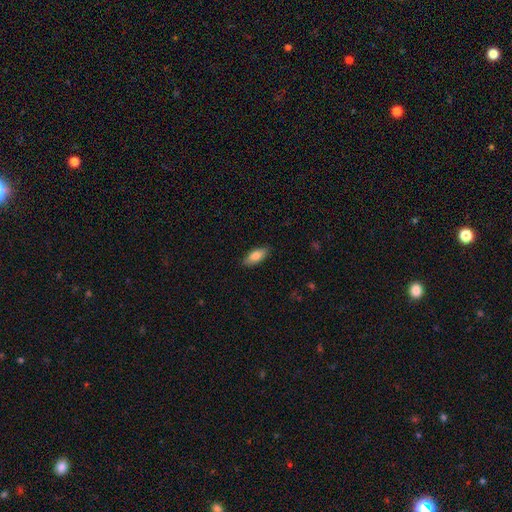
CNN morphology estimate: smooth_or_featured: smooth (p=0.81) [alt: featured or disk p=0.13]
how_rounded: in between (p=0.80) [alt: cigar-shaped p=0.18]
merging: none (p=0.86) [alt: minor disturbance p=0.11]